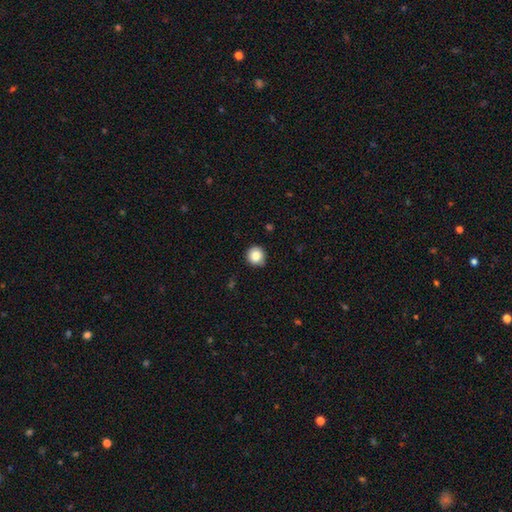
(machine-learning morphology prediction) Smooth or featured? smooth (85%)
How rounded? round (93%)
Merging? none (84%)